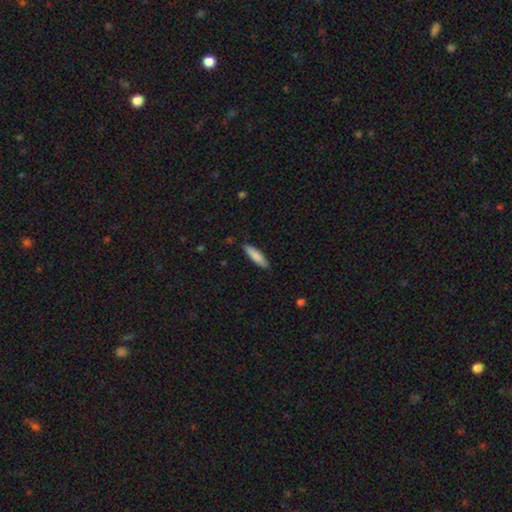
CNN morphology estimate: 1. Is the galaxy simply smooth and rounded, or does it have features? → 84% smooth, 10% featured or disk, 6% star or artifact.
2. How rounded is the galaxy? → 68% cigar-shaped, 31% in between, 1% round.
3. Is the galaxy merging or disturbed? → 86% none, 11% minor disturbance, 2% major disturbance, 1% merger.